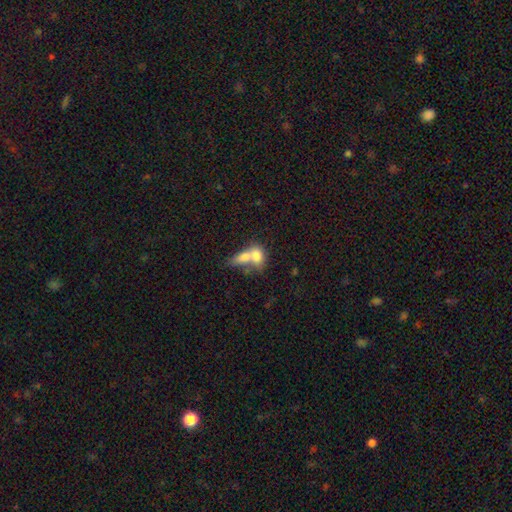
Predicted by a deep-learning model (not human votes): smooth_or_featured: smooth (p=0.74) [alt: featured or disk p=0.19]
how_rounded: in between (p=0.72) [alt: round p=0.23]
merging: merger (p=0.73) [alt: none p=0.16]